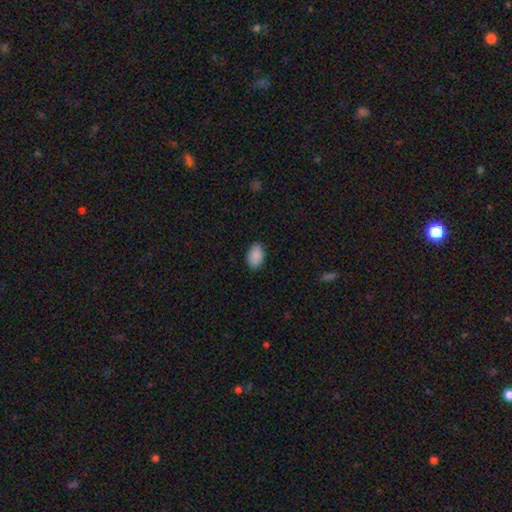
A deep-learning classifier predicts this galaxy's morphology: smooth-or-featured: smooth: 89% | star or artifact: 7% | featured or disk: 4%
  how-rounded: in between: 89% | round: 9% | cigar-shaped: 1%
  merging: none: 87% | minor disturbance: 10% | major disturbance: 2% | merger: 1%